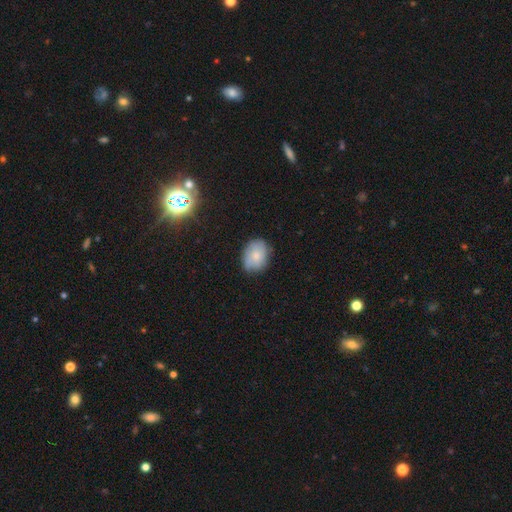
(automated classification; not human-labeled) Overall: smooth (73%). How rounded: in between (59%; round 40%). Merging: none (74%).